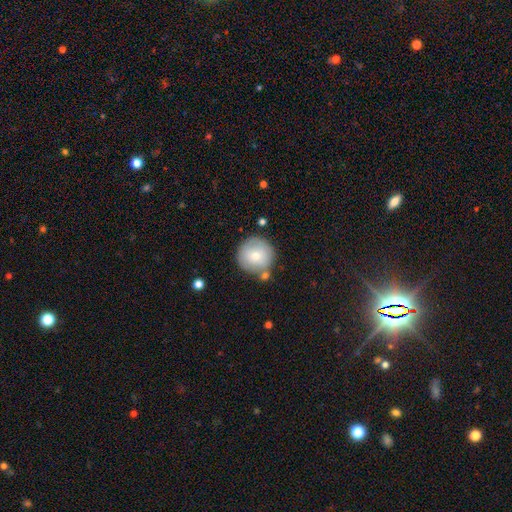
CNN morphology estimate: Smooth or featured? smooth (70%)
How rounded? round (95%)
Merging? none (73%)